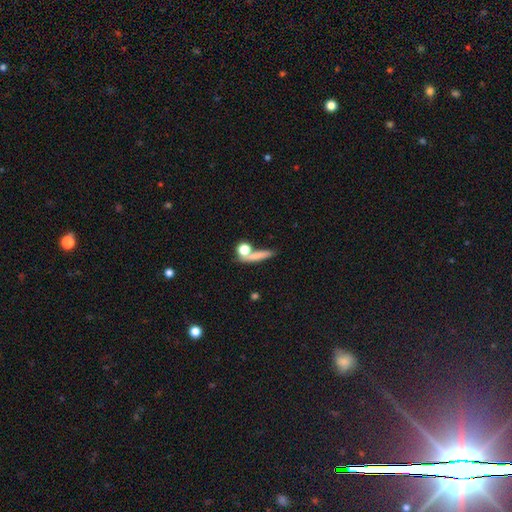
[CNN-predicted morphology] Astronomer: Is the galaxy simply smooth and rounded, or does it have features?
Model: smooth — 72%.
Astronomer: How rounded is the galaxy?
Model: cigar-shaped — 52% (runner-up: round, 29%).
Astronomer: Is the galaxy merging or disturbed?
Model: none — 62%.